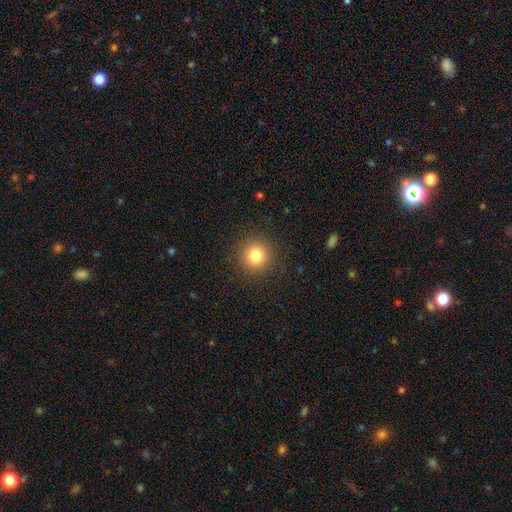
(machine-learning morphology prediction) A smooth galaxy with no disk features (80%) that is round (95%). Merging: none (90%).